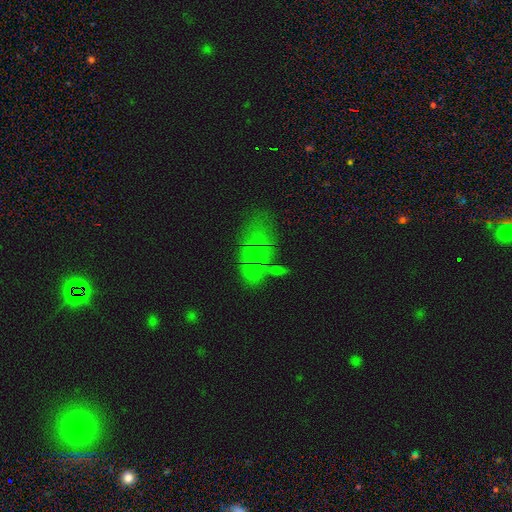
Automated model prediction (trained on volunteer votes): Smooth or featured? smooth (55%)
How rounded? in between (86%)
Merging? none (57%)